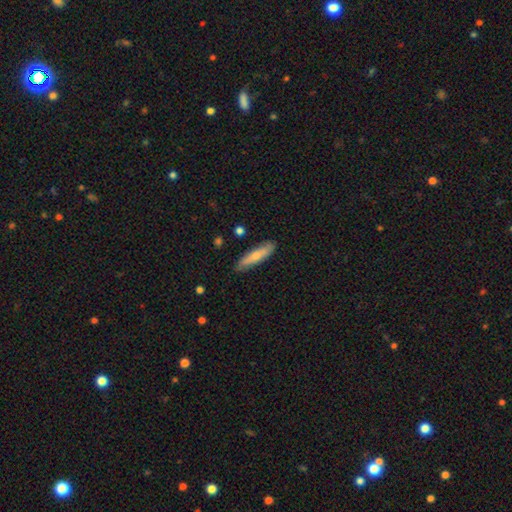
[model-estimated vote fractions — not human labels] Morphology: type=smooth (61%); roundness=cigar-shaped (76%); merging=none (83%).